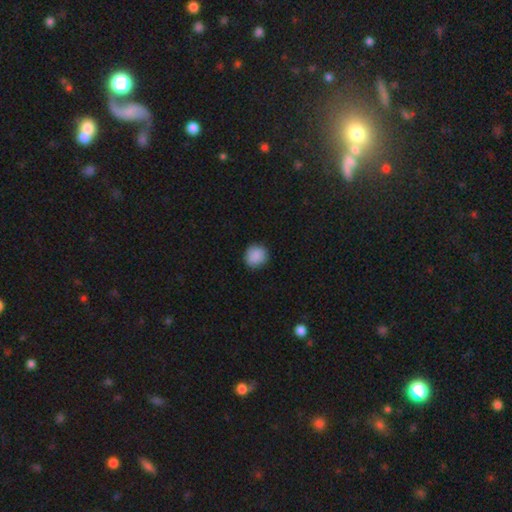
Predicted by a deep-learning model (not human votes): smooth-or-featured: smooth: 89% | star or artifact: 8% | featured or disk: 3%
  how-rounded: round: 91% | in between: 8% | cigar-shaped: 1%
  merging: none: 90% | minor disturbance: 7% | major disturbance: 2% | merger: 1%